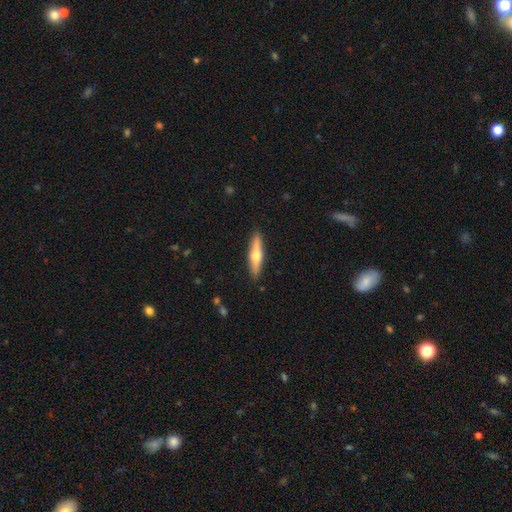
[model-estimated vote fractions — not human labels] featured or disk 53%, smooth 42%, star or artifact 5%. Down the decision tree: edge-on disk — yes (93%); merging — none (90%).